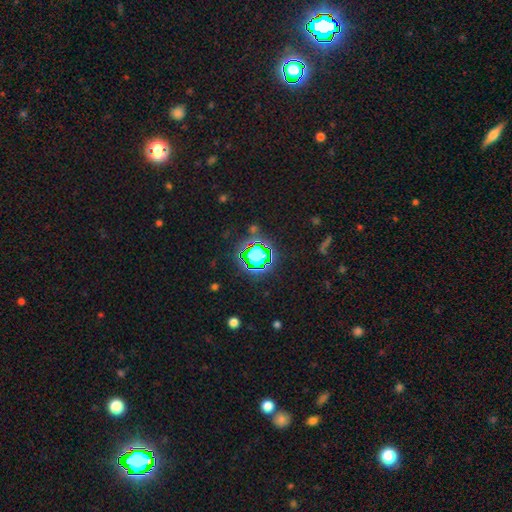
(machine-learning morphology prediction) This is likely a star or artifact rather than a galaxy (68%).